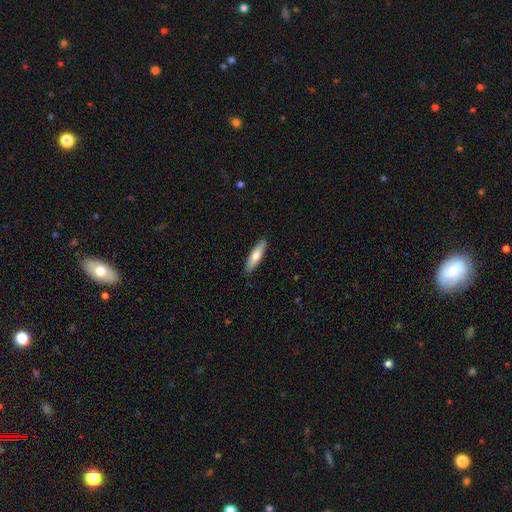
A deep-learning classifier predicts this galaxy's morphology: smooth_or_featured: smooth (p=0.70) [alt: featured or disk p=0.24]
how_rounded: cigar-shaped (p=0.68) [alt: in between p=0.30]
merging: none (p=0.89) [alt: minor disturbance p=0.08]